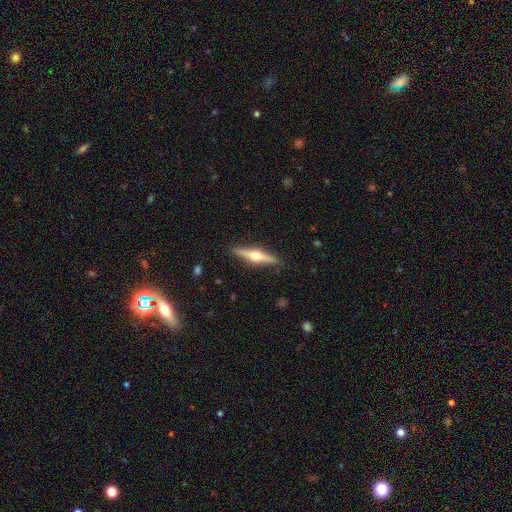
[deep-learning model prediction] Morphology: type=featured or disk (69%); edge-on=yes (97%); edge-on bulge=rounded (96%); merging=none (90%).